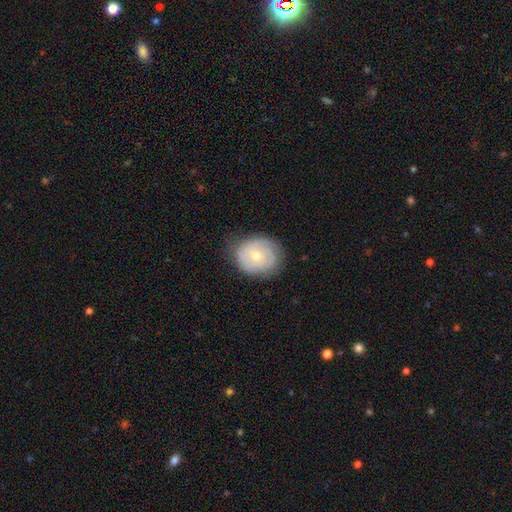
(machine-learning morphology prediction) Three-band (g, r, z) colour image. It shows a featured or disk galaxy (66%) with no bar (76%), tight (69%) spiral arms (83%) and a moderate central bulge (54%). Merging: none (72%).